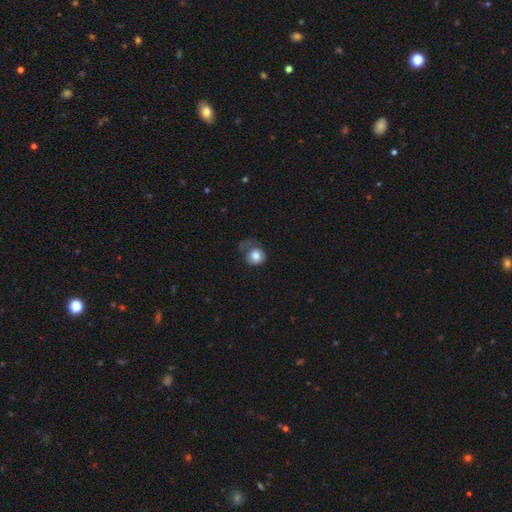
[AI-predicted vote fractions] smooth_or_featured: smooth (p=0.80) [alt: featured or disk p=0.12]
how_rounded: round (p=0.79) [alt: in between p=0.20]
merging: none (p=0.36) [alt: major disturbance p=0.33]